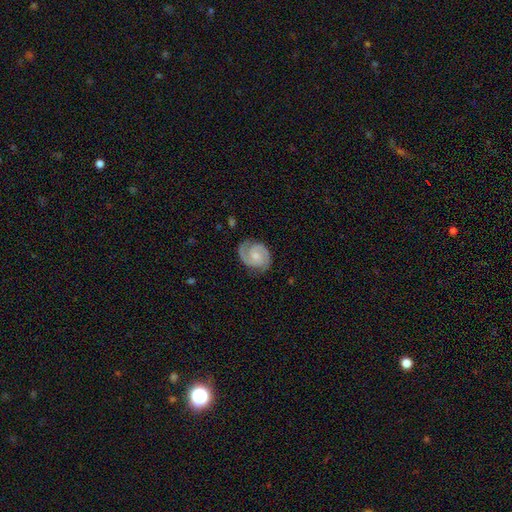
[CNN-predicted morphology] smooth_or_featured: featured or disk (p=0.89) [alt: smooth p=0.07]
disk_edge_on: no (p=0.98) [alt: yes p=0.02]
bar: no (p=0.56) [alt: weak p=0.38]
has_spiral_arms: yes (p=0.98) [alt: no p=0.02]
spiral_winding: tight (p=0.49) [alt: medium p=0.44]
spiral_arm_count: 2 (p=0.92) [alt: can't tell p=0.03]
bulge_size: moderate (p=0.41) [alt: small p=0.40]
merging: none (p=0.81) [alt: minor disturbance p=0.14]